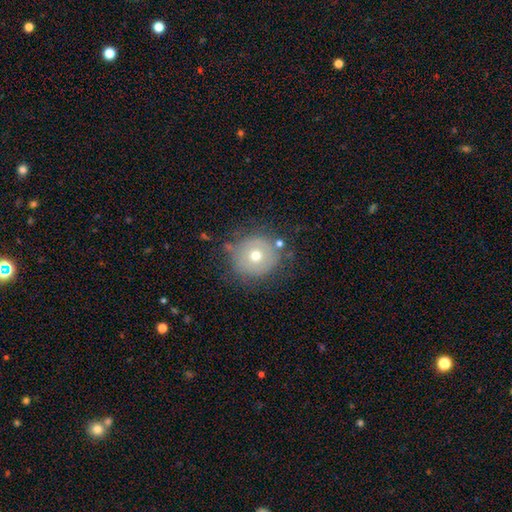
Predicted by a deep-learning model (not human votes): smooth 58%, featured or disk 30%, star or artifact 11%. Down the decision tree: how rounded — round (91%); merging — none (73%).